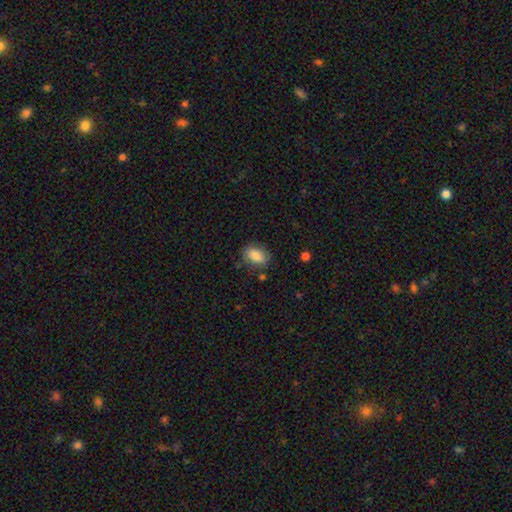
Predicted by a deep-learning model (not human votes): Smooth or featured? smooth (85%)
How rounded? in between (86%)
Merging? none (78%)